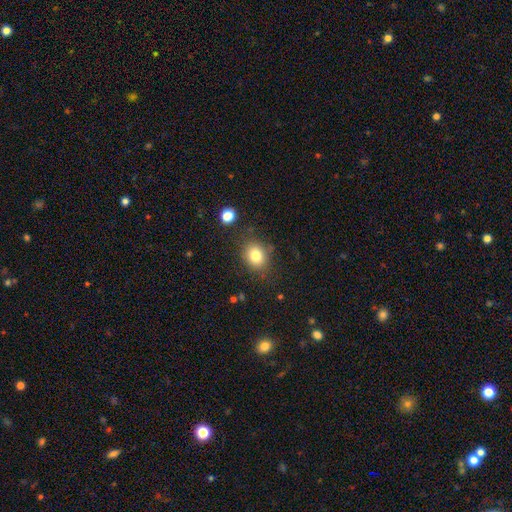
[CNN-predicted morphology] Smooth or featured: smooth — 80% (star or artifact — 11%)
How rounded: round — 57% (in between — 42%)
Merging: none — 80% (minor disturbance — 13%)